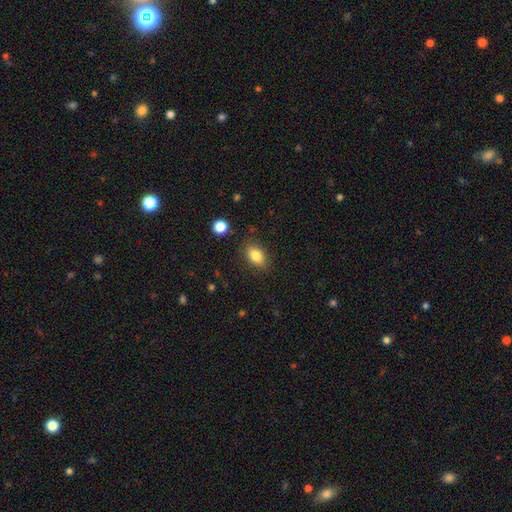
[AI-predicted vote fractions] Overall: smooth (83%). How rounded: in between (84%). Merging: none (85%).